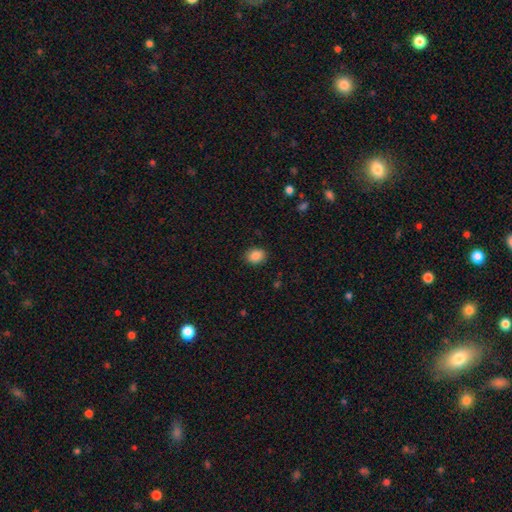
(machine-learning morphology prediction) smooth_or_featured: smooth (p=0.86) [alt: star or artifact p=0.09]
how_rounded: in between (p=0.52) [alt: round p=0.47]
merging: none (p=0.88) [alt: minor disturbance p=0.09]